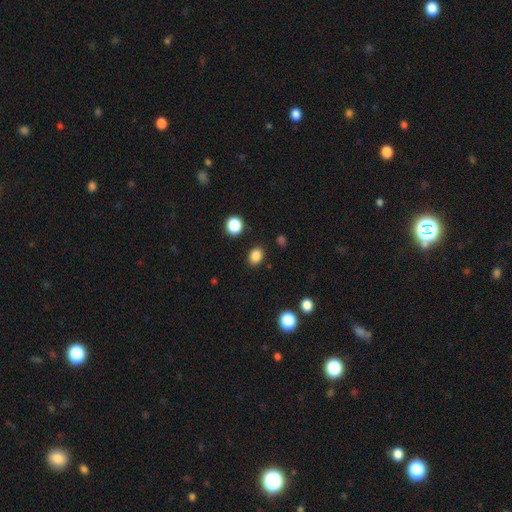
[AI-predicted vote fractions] A smooth galaxy with no disk features (85%) that is in between round and cigar-shaped (56%).

Vote fractions:
- Smooth or featured? smooth: 85% / star or artifact: 11% / featured or disk: 4%
- How rounded? in between: 56% / round: 43% / cigar-shaped: 1%
- Merging? none: 87% / minor disturbance: 8% / major disturbance: 3% / merger: 2%